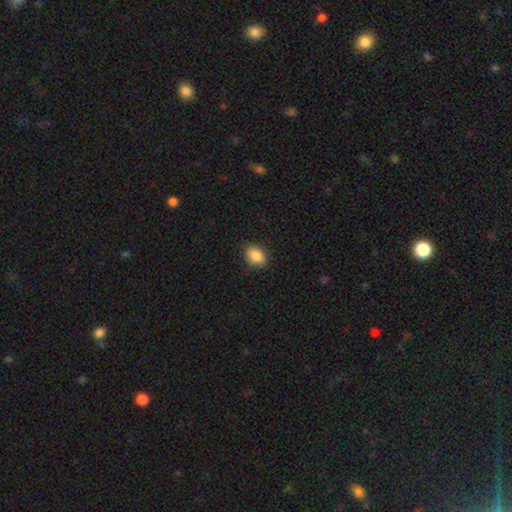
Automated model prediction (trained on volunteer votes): Smooth or featured?
  - smooth: 88% *
  - star or artifact: 8%
  - featured or disk: 4%
How rounded?
  - in between: 74% *
  - round: 25%
  - cigar-shaped: 1%
Merging?
  - none: 83% *
  - minor disturbance: 13%
  - major disturbance: 3%
  - merger: 1%